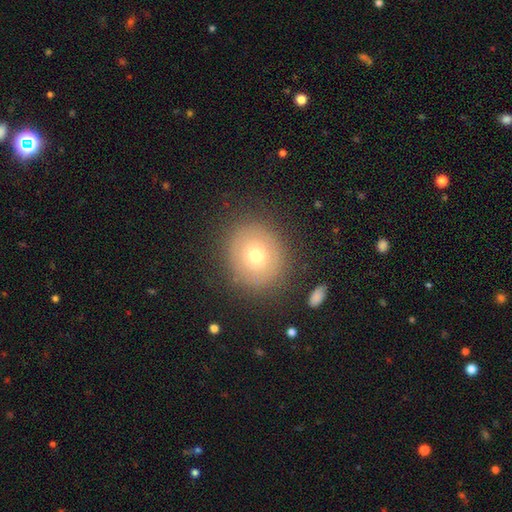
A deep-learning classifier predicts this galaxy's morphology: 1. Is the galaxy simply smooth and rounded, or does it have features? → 68% smooth, 19% featured or disk, 12% star or artifact.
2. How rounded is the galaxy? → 77% round, 22% in between, 1% cigar-shaped.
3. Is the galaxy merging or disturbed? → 85% none, 10% minor disturbance, 4% major disturbance, 2% merger.